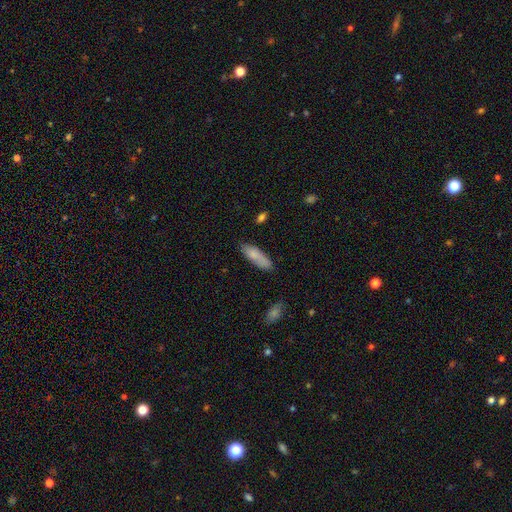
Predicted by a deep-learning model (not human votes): smooth_or_featured: smooth (p=0.82) [alt: featured or disk p=0.12]
how_rounded: in between (p=0.55) [alt: cigar-shaped p=0.44]
merging: none (p=0.73) [alt: minor disturbance p=0.20]